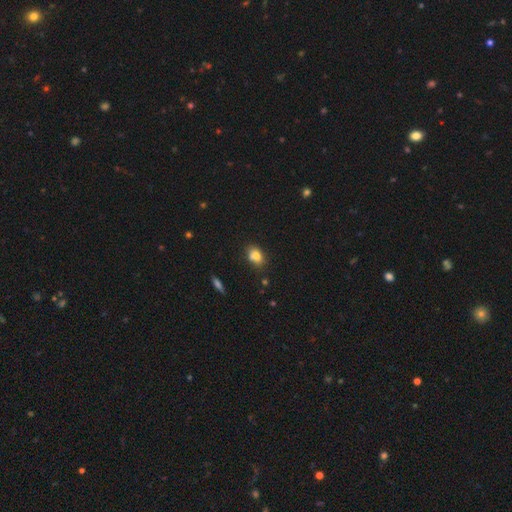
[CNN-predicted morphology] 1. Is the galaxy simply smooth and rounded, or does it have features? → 79% smooth, 11% featured or disk, 10% star or artifact.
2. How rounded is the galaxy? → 68% in between, 30% round, 2% cigar-shaped.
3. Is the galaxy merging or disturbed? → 62% none, 18% minor disturbance, 16% merger, 4% major disturbance.